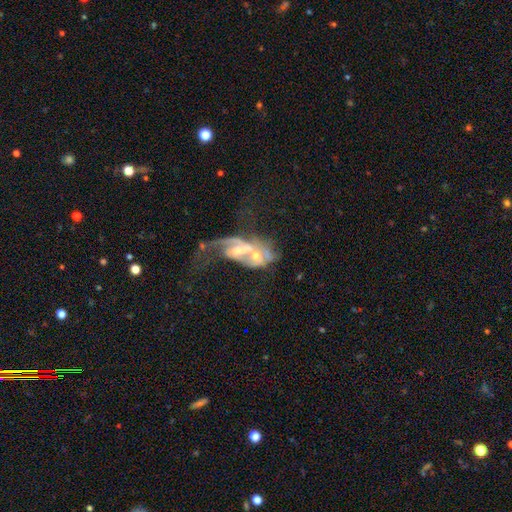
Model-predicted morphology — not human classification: A featured or disk galaxy (73%) with no bar (43%), spiral arms (72%) and a moderate central bulge (47%). Merging: merger (66%).